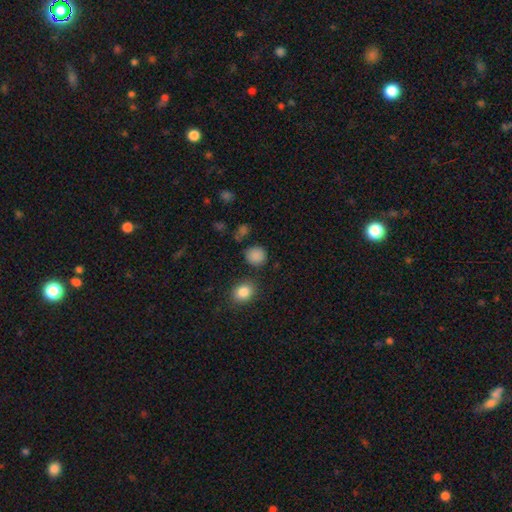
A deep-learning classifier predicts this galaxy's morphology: A smooth galaxy with no disk features (85%) that is round (82%).

Vote fractions:
- Smooth or featured? smooth: 85% / star or artifact: 12% / featured or disk: 4%
- How rounded? round: 82% / in between: 17% / cigar-shaped: 1%
- Merging? none: 80% / minor disturbance: 12% / merger: 5% / major disturbance: 4%